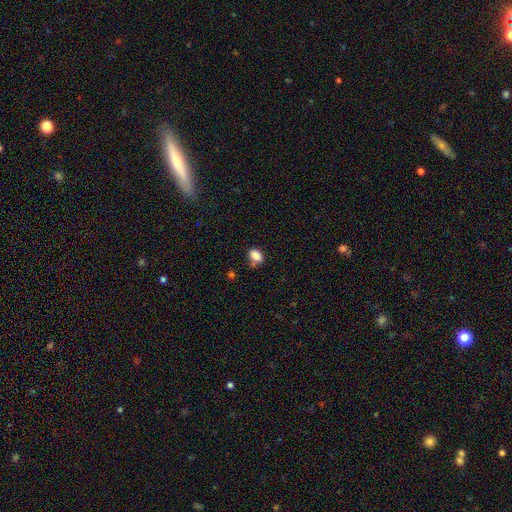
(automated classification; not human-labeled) Smooth or featured? smooth (85%)
How rounded? in between (80%)
Merging? none (63%)